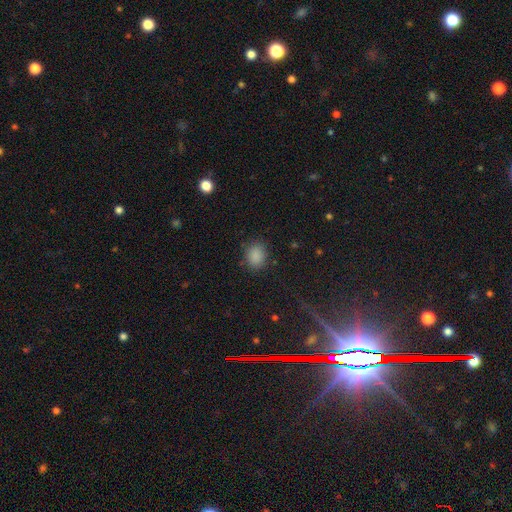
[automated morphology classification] Smooth or featured? smooth (85%)
How rounded? round (59%)
Merging? none (84%)